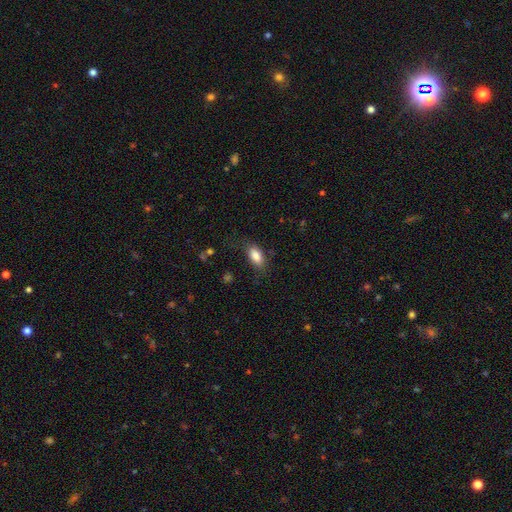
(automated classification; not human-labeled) Smooth or featured? smooth (84%)
How rounded? in between (87%)
Merging? none (72%)